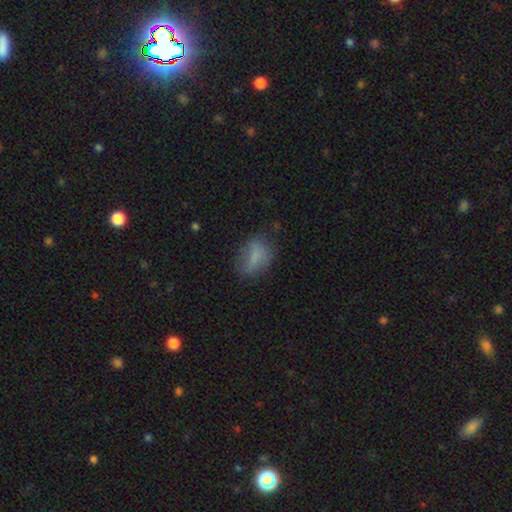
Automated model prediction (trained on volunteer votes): Morphology: type=smooth (72%); roundness=in between (77%); merging=none (59%).